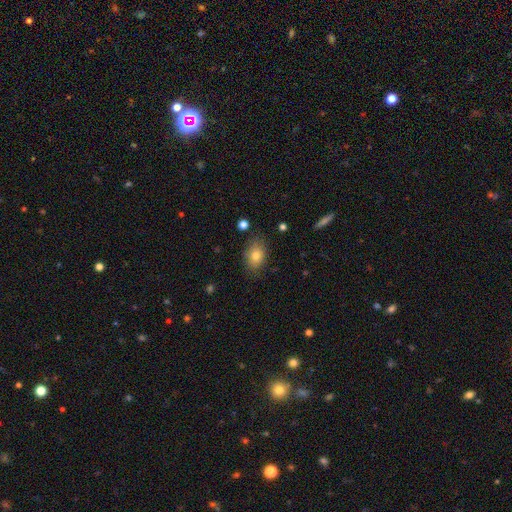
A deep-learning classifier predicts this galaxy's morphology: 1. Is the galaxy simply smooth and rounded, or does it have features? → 79% smooth, 12% featured or disk, 10% star or artifact.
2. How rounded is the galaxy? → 77% in between, 21% round, 1% cigar-shaped.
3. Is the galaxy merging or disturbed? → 79% none, 16% minor disturbance, 4% major disturbance, 2% merger.